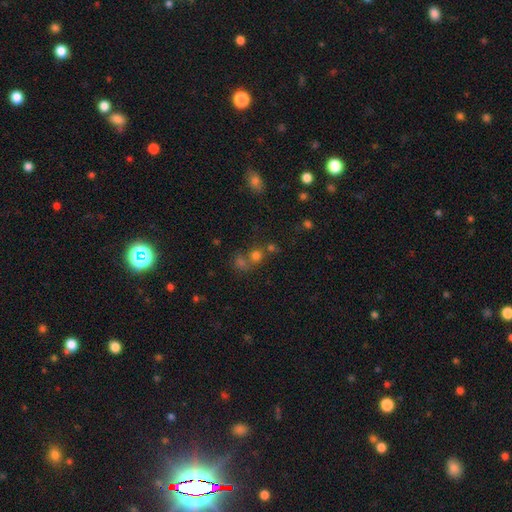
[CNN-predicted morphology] smooth_or_featured: smooth (p=0.67) [alt: star or artifact p=0.24]
how_rounded: round (p=0.79) [alt: in between p=0.19]
merging: none (p=0.51) [alt: merger p=0.37]